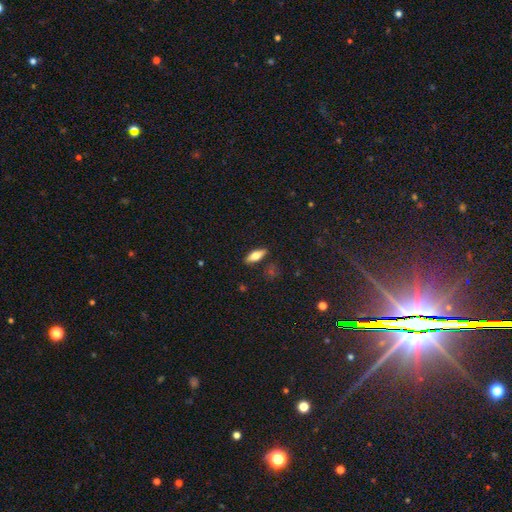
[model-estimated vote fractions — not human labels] This is likely a smooth galaxy (64%). How rounded: likely in between (65%). Merging: clearly none (86%).